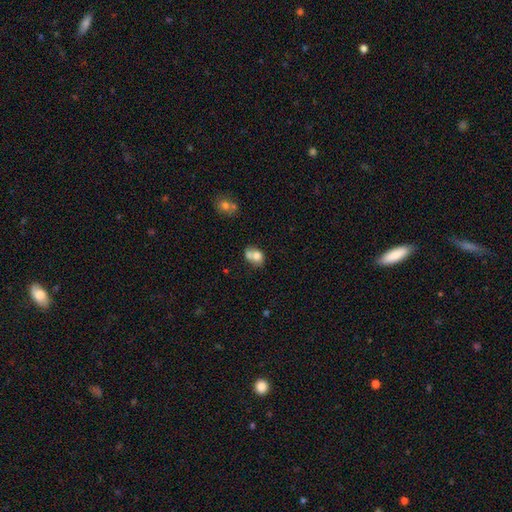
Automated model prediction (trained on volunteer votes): smooth 71%, featured or disk 20%, star or artifact 10%. Down the decision tree: how rounded — in between (52%); merging — merger (57%).